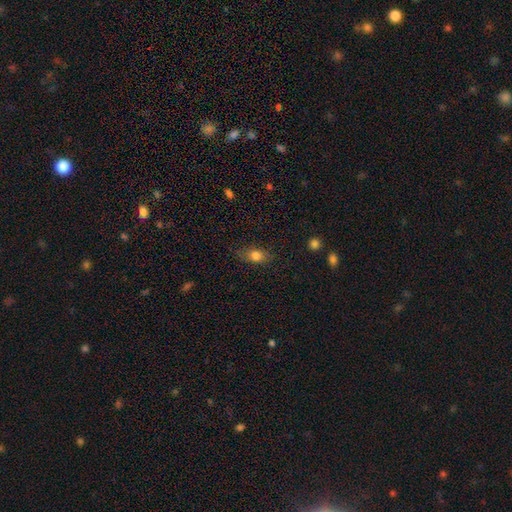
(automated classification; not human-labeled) A smooth galaxy with no disk features (77%) that is in between round and cigar-shaped (75%).

Vote fractions:
- Smooth or featured? smooth: 77% / featured or disk: 13% / star or artifact: 10%
- How rounded? in between: 75% / round: 17% / cigar-shaped: 8%
- Merging? none: 80% / minor disturbance: 15% / major disturbance: 4% / merger: 1%